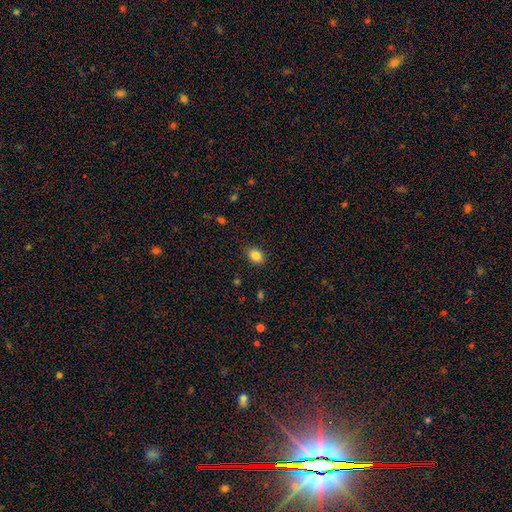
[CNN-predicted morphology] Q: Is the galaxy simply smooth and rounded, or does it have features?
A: smooth — 85%.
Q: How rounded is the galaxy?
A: in between — 70%.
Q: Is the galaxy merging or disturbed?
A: none — 86%.